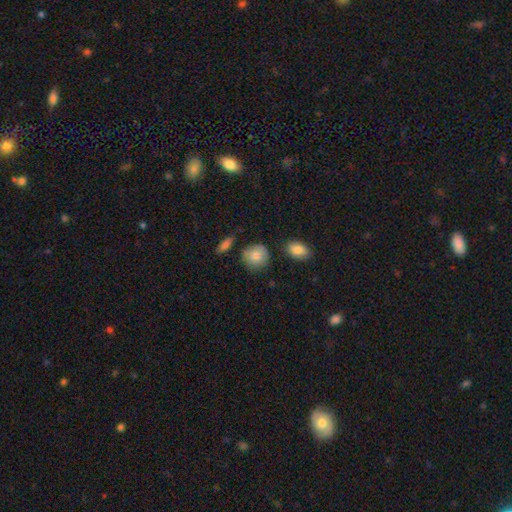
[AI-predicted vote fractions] smooth 84%, featured or disk 9%, star or artifact 7%. Down the decision tree: how rounded — round (83%); merging — none (74%).